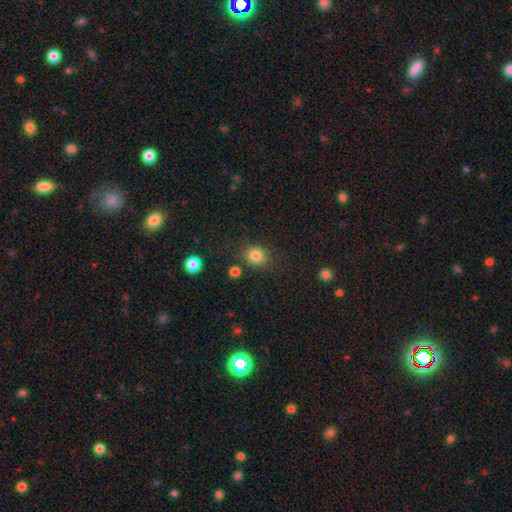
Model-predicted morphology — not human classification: smooth 83%, star or artifact 12%, featured or disk 5%. Down the decision tree: how rounded — round (76%); merging — none (80%).